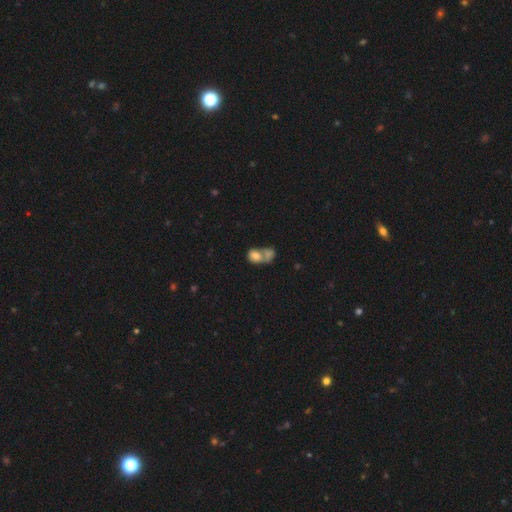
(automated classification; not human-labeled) Smooth or featured? Predicted: smooth (p=0.76). How rounded? Predicted: in between (p=0.65). Merging? Predicted: merger (p=0.68).